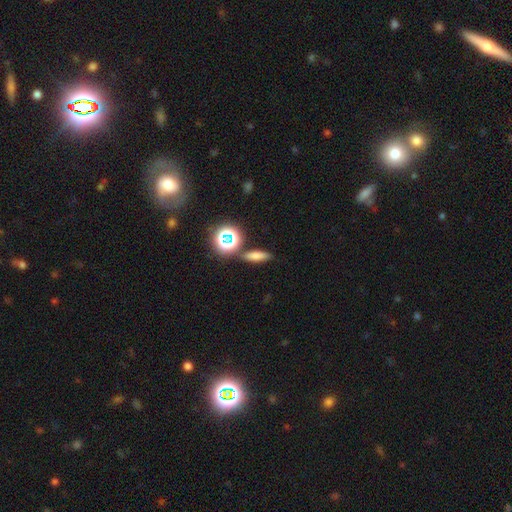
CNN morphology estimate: type=smooth (65%); roundness=cigar-shaped (50%); merging=none (80%).